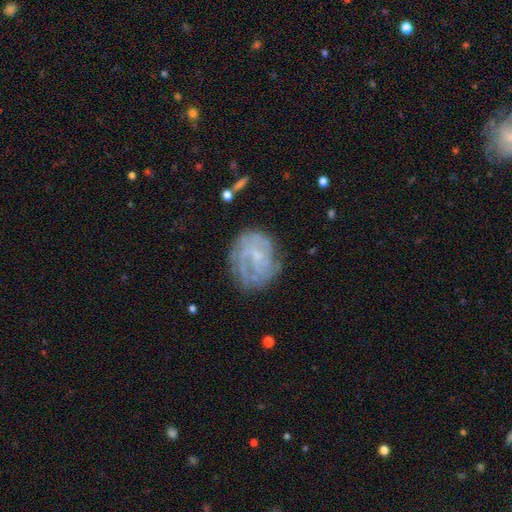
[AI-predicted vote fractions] smooth-or-featured: featured or disk: 72% | smooth: 20% | star or artifact: 9%
  disk-edge-on: no: 98% | yes: 2%
    bar: no: 61% | weak: 34% | strong: 6%
    has-spiral-arms: yes: 83% | no: 17%
      spiral-winding: tight: 56% | medium: 32% | loose: 12%
      spiral-arm-count: can't tell: 44% | 3: 18% | 2: 18% | 4: 9% | 1: 6% | more than 4: 5%
    bulge-size: small: 67% | moderate: 17% | none: 15% | large: 1% | dominant: 1%
  merging: none: 69% | minor disturbance: 19% | major disturbance: 10% | merger: 2%